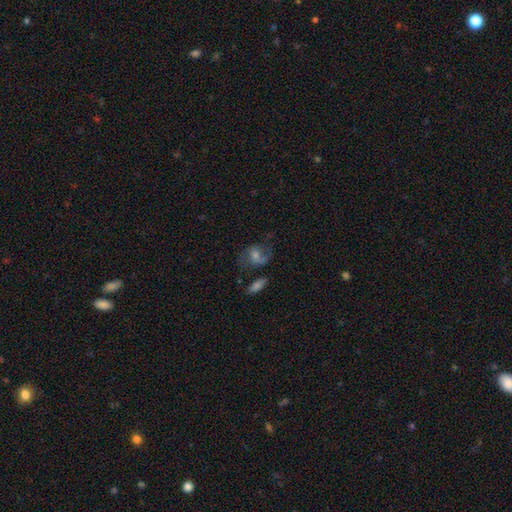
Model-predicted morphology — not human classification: Smooth or featured?
  - featured or disk: 60% *
  - smooth: 28%
  - star or artifact: 13%
Edge-on disk?
  - no: 95% *
  - yes: 5%
Bar?
  - no: 53% *
  - weak: 37%
  - strong: 10%
Spiral arms?
  - yes: 82% *
  - no: 18%
Bulge size?
  - moderate: 50% *
  - small: 35%
  - large: 8%
  - none: 5%
  - dominant: 2%
Merging?
  - none: 54% *
  - minor disturbance: 19%
  - major disturbance: 19%
  - merger: 9%